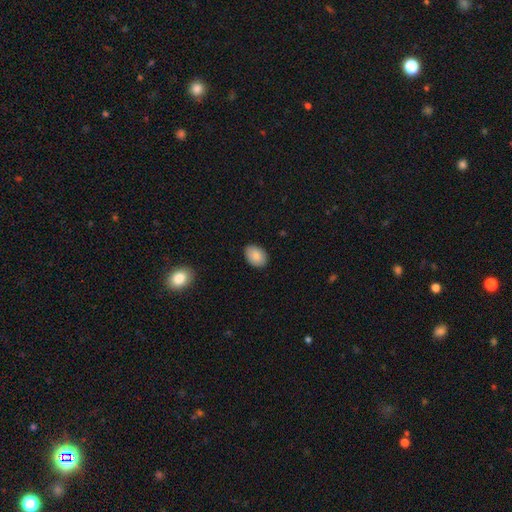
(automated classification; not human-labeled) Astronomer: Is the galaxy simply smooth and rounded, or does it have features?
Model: smooth — 87%.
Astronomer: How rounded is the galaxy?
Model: in between — 79%.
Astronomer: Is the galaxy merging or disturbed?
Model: none — 86%.